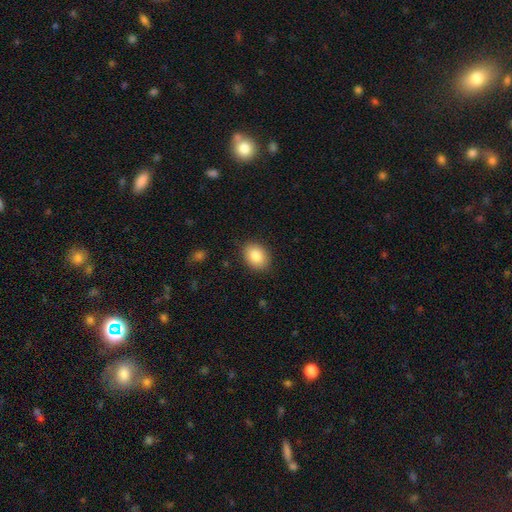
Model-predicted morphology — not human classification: A smooth galaxy with no disk features (86%) that is in between round and cigar-shaped (71%). Merging: none (86%).